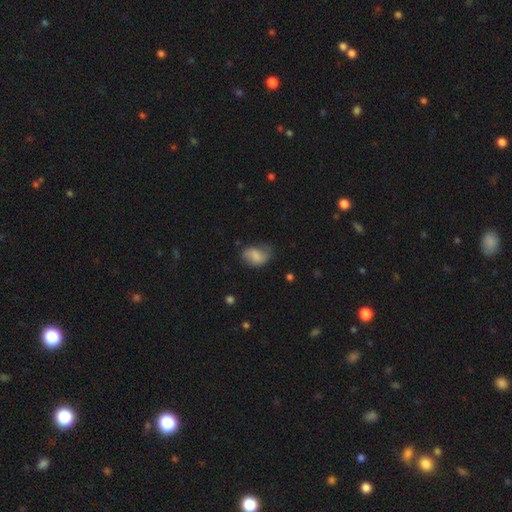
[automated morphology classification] This is likely a smooth galaxy (63%). How rounded: likely in between (77%). Merging: possibly none (47%).